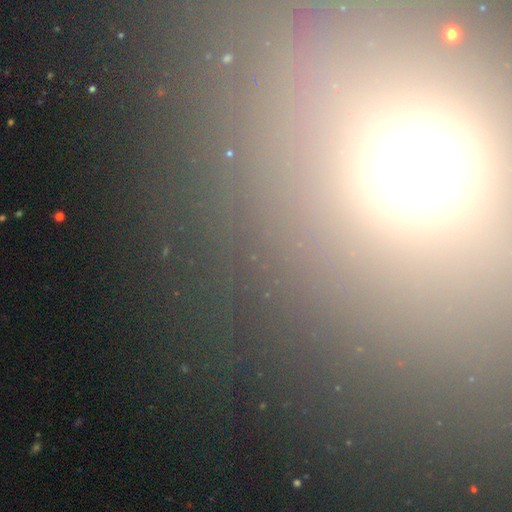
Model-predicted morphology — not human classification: This appears to be a star or artifact, not a galaxy (65%).